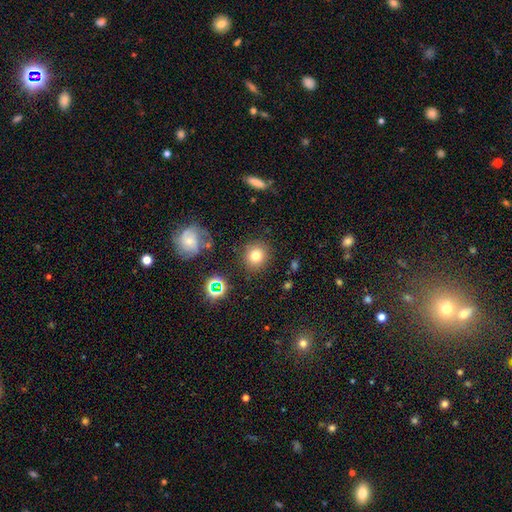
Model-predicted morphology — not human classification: Smooth or featured: smooth — 74% (star or artifact — 16%)
How rounded: round — 86% (in between — 13%)
Merging: none — 85% (minor disturbance — 9%)